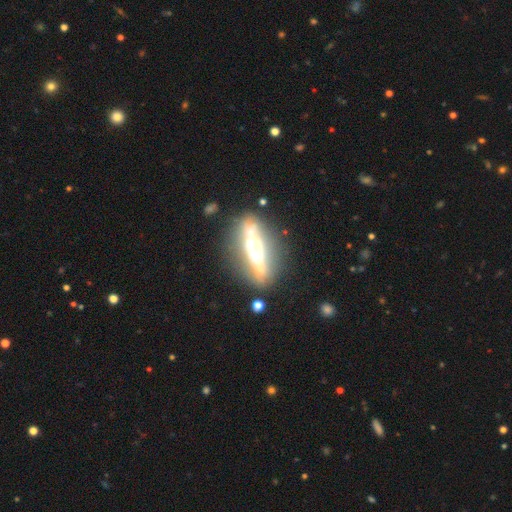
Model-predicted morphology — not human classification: Smooth or featured: featured or disk — 70% (smooth — 20%)
Edge-on disk: yes — 71% (no — 29%)
Merging: none — 62% (minor disturbance — 16%)